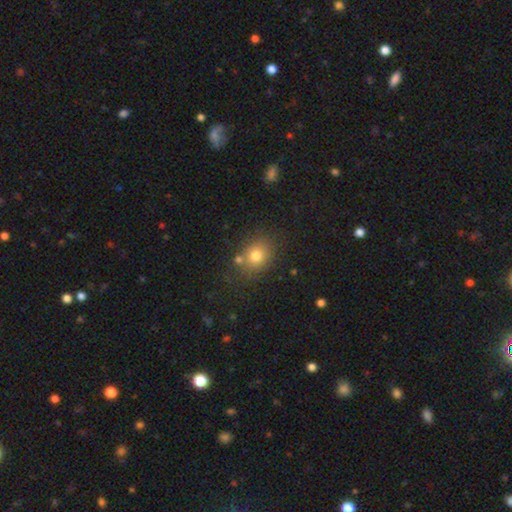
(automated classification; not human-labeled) A smooth galaxy with no disk features (76%) that is round (63%).

Vote fractions:
- Smooth or featured? smooth: 76% / star or artifact: 13% / featured or disk: 10%
- How rounded? round: 63% / in between: 36% / cigar-shaped: 1%
- Merging? none: 72% / minor disturbance: 13% / merger: 11% / major disturbance: 5%